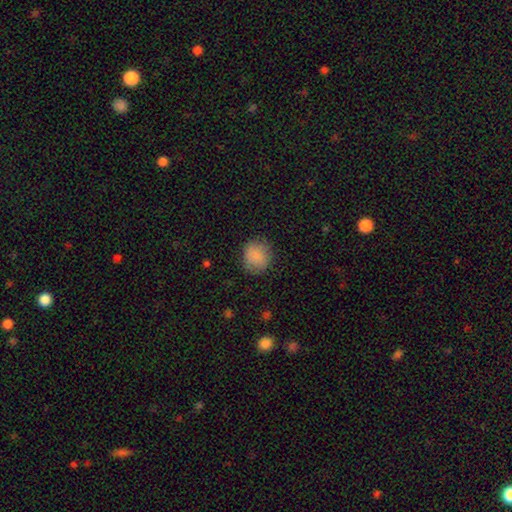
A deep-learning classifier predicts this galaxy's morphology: This is clearly a smooth galaxy (86%). How rounded: clearly round (82%). Merging: clearly none (80%).